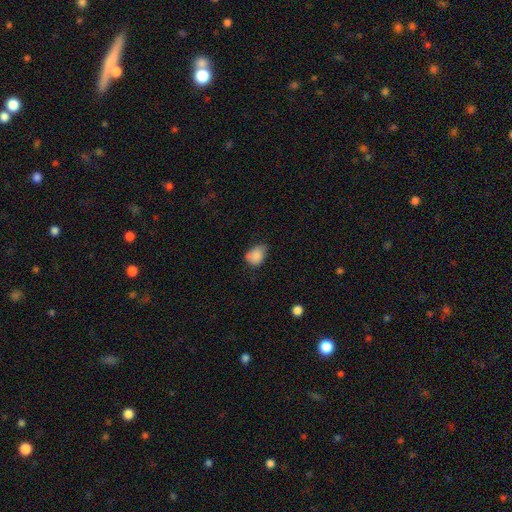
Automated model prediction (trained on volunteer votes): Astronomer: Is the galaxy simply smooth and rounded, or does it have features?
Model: smooth — 84%.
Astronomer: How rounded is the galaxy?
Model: in between — 65%.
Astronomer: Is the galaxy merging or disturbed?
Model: none — 46% (runner-up: minor disturbance, 42%).